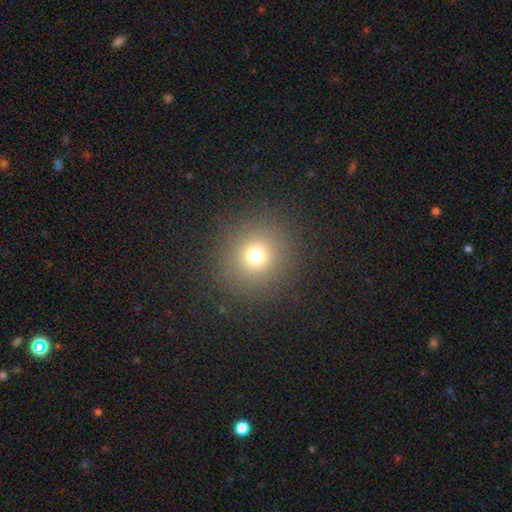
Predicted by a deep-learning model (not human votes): Q: Smooth or featured?
A: smooth (71%); runner-up: star or artifact (20%)
Q: How rounded?
A: round (92%); runner-up: in between (7%)
Q: Merging?
A: none (88%); runner-up: minor disturbance (6%)